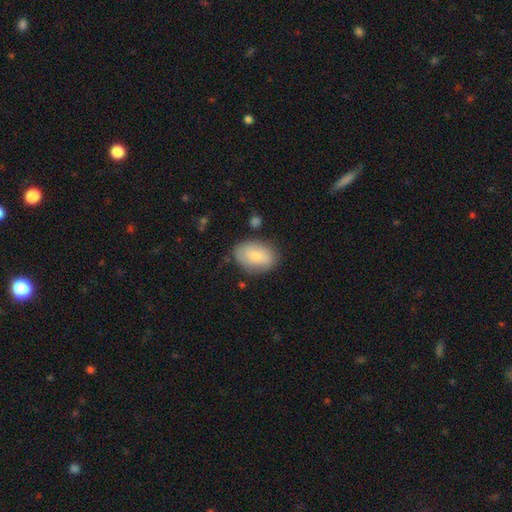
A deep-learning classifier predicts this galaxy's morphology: Q: Smooth or featured?
A: smooth (79%); runner-up: featured or disk (15%)
Q: How rounded?
A: in between (84%); runner-up: round (15%)
Q: Merging?
A: none (76%); runner-up: minor disturbance (17%)